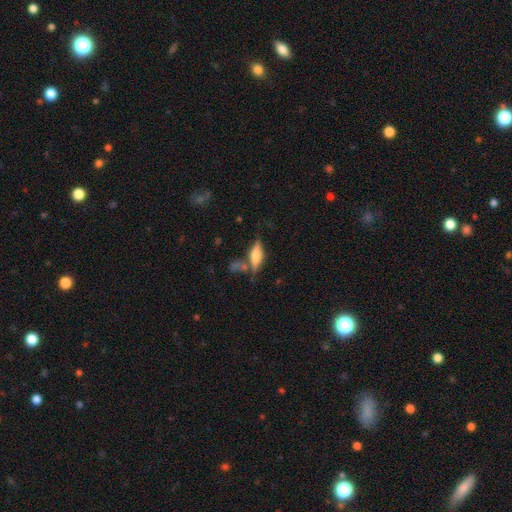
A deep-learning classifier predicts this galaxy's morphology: Overall: smooth (47%; featured or disk 45%). Merging: none (60%).